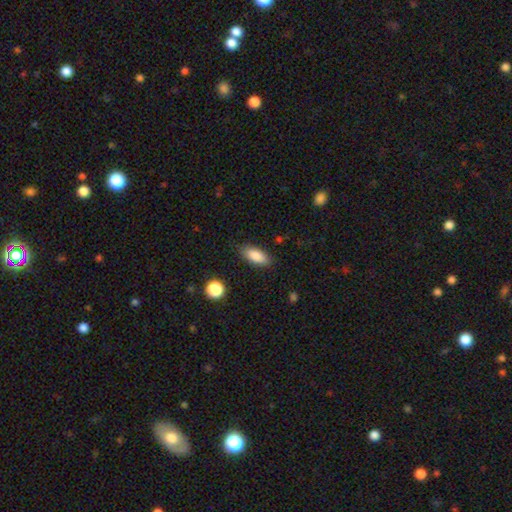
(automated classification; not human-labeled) Smooth or featured? smooth (86%)
How rounded? in between (83%)
Merging? none (84%)